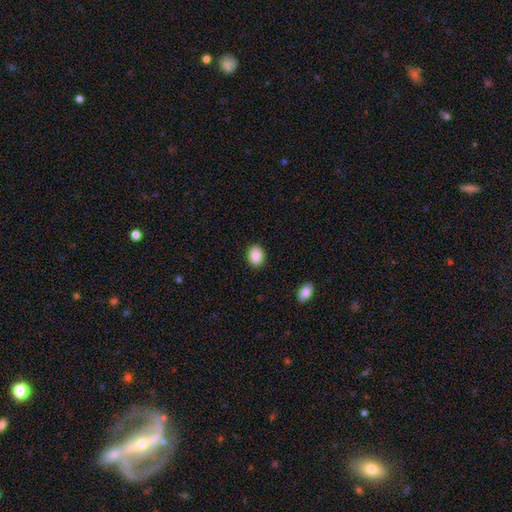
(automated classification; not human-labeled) Smooth or featured? smooth (89%)
How rounded? in between (55%)
Merging? none (90%)